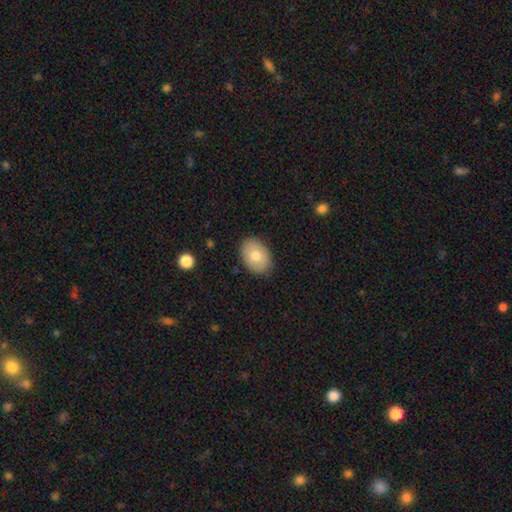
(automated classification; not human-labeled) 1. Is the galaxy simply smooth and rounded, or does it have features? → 76% smooth, 17% featured or disk, 7% star or artifact.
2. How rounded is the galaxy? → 79% in between, 20% round, 1% cigar-shaped.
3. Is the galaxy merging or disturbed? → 86% none, 10% minor disturbance, 2% major disturbance, 1% merger.